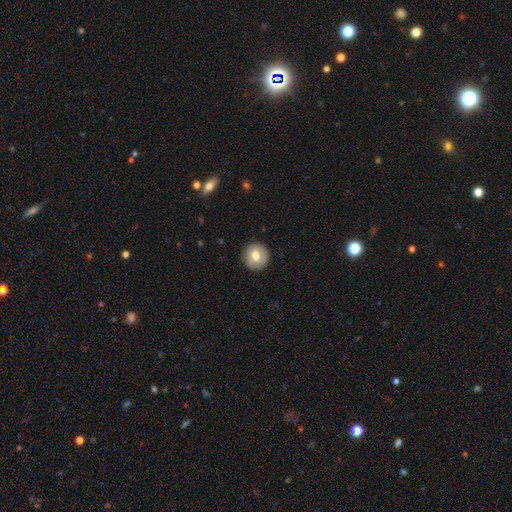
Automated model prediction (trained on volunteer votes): A smooth galaxy with no disk features (70%) that is round (93%). Merging: none (89%).